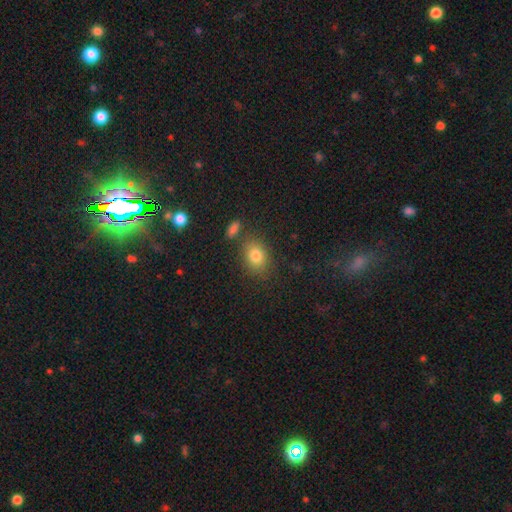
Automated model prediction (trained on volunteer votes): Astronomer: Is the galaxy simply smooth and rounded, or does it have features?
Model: smooth — 80%.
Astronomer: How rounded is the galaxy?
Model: in between — 67%.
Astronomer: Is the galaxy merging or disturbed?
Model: none — 77%.